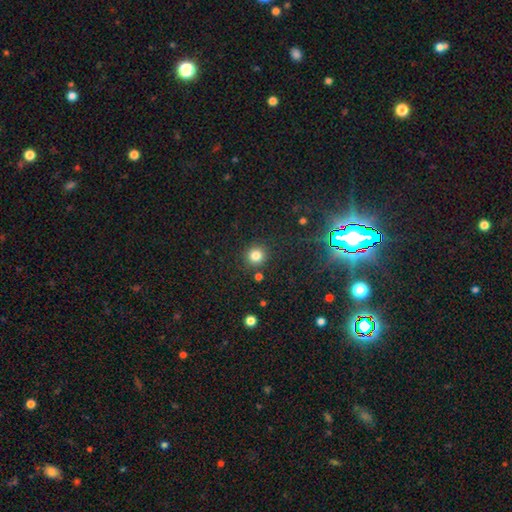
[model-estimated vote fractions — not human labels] smooth 81%, star or artifact 14%, featured or disk 5%. Down the decision tree: how rounded — round (92%); merging — none (87%).